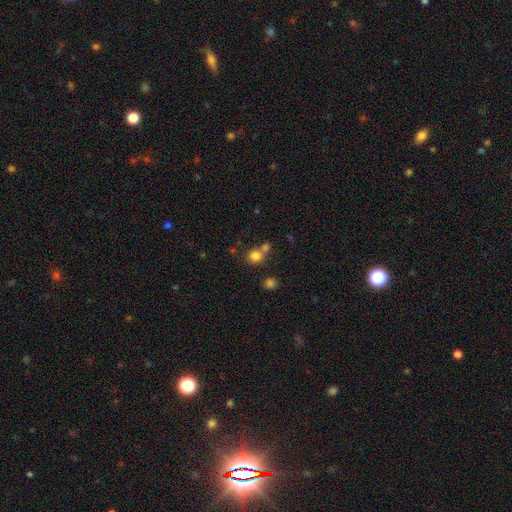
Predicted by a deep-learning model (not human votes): Morphology: type=smooth (80%); roundness=round (85%); merging=none (56%).